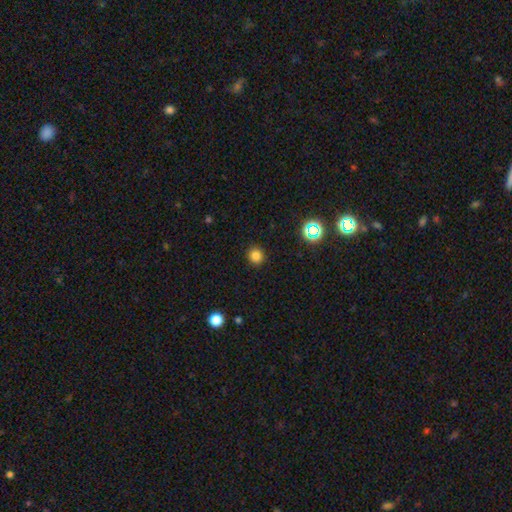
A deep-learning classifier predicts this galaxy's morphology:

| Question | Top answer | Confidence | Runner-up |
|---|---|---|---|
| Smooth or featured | smooth | 81% | star or artifact (15%) |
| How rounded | round | 88% | in between (11%) |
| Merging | none | 91% | minor disturbance (6%) |